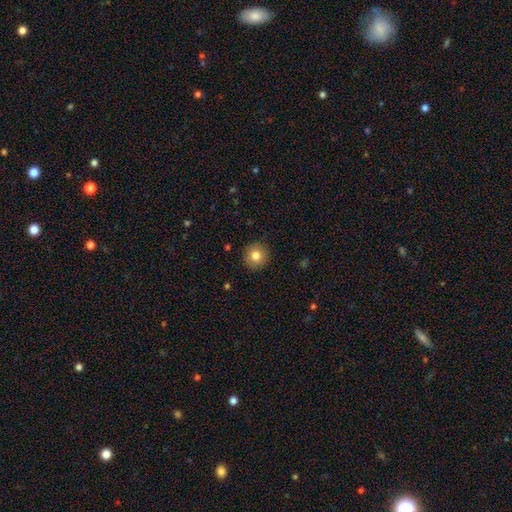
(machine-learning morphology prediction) A smooth galaxy with no disk features (82%) that is round (93%). Merging: none (91%).